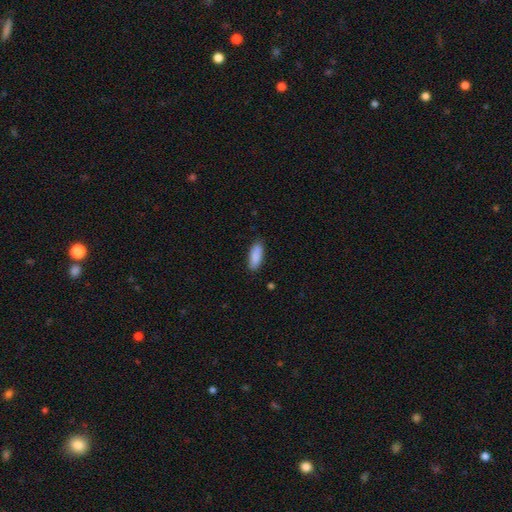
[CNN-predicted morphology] A smooth galaxy with no disk features (87%) that is in between round and cigar-shaped (75%). Merging: none (82%).